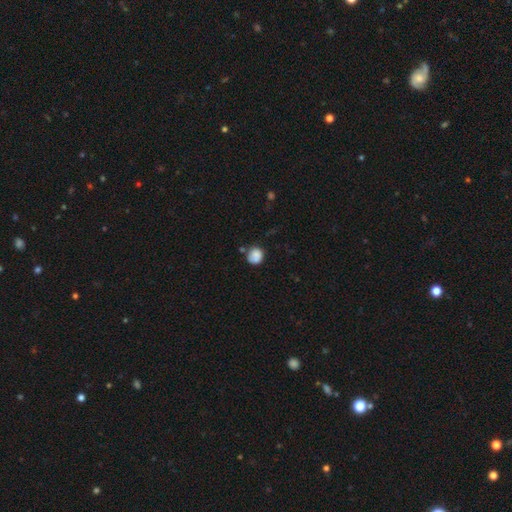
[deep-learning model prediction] A smooth galaxy with no disk features (83%) that is round (78%). Merging: none (61%).